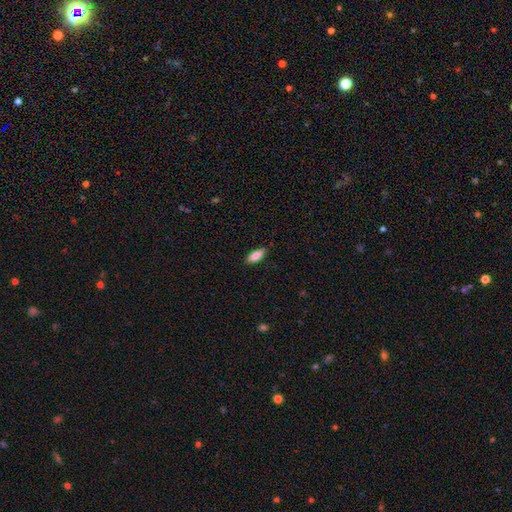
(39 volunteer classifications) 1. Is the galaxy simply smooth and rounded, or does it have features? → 90% smooth, 8% featured or disk, 3% star or artifact.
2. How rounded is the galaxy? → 71% in between, 29% cigar-shaped, 0% round.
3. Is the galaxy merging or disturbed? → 84% none, 11% minor disturbance, 5% merger, 0% major disturbance.